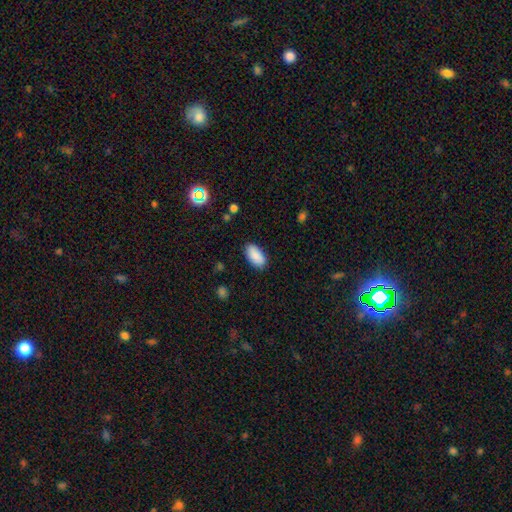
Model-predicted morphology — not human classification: This is clearly a smooth galaxy (89%). How rounded: clearly in between (94%). Merging: clearly none (85%).